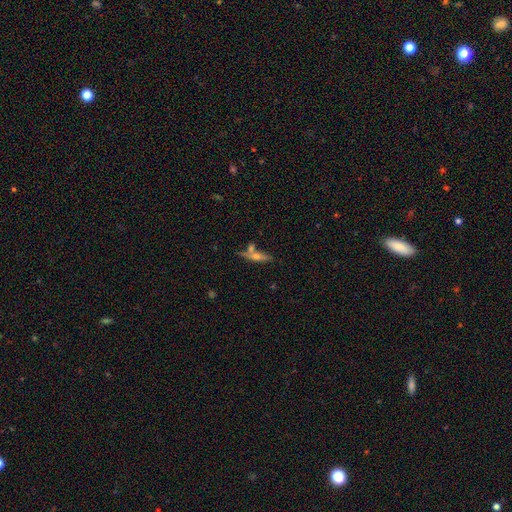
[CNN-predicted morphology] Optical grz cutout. It shows a featured or disk galaxy (56%) viewed edge-on (86%). Merging: none (62%).